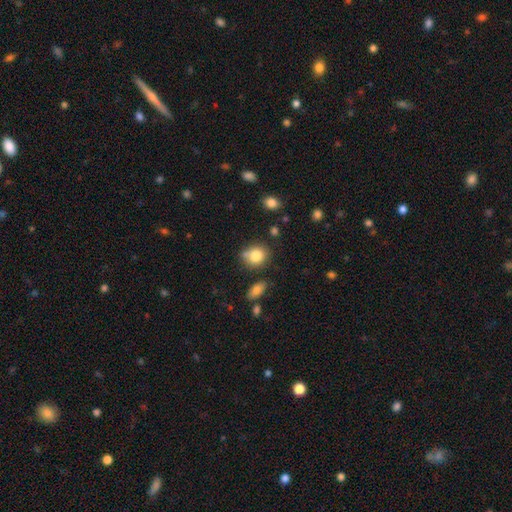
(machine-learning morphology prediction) type=smooth (80%); roundness=round (61%); merging=none (61%).